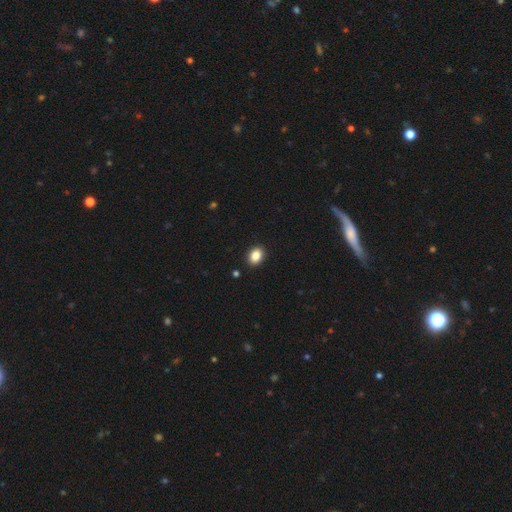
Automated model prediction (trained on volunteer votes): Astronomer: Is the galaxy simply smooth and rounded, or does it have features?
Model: smooth — 87%.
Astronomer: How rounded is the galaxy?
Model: in between — 71%.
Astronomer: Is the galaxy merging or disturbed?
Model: none — 91%.